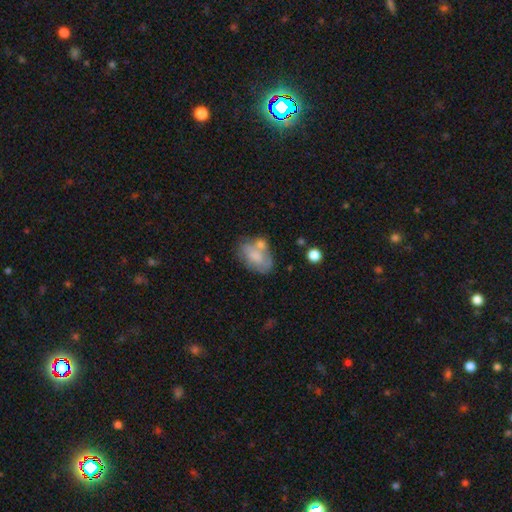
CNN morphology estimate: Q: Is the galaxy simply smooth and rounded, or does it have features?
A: smooth — 60%.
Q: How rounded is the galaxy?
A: in between — 86%.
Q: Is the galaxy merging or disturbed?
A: none — 43%.